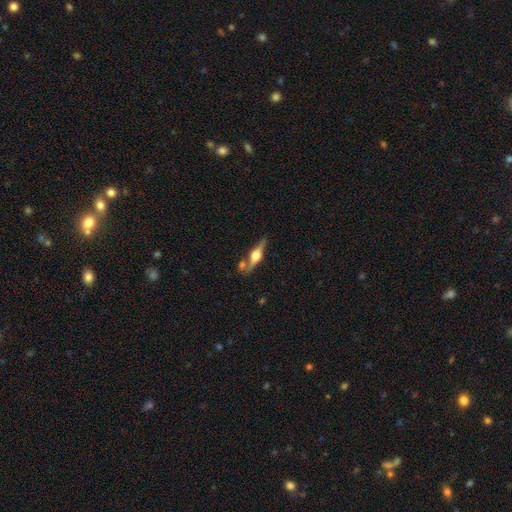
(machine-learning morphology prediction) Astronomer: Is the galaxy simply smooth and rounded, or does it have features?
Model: featured or disk — 74%.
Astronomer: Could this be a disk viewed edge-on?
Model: yes — 96%.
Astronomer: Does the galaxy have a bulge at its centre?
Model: rounded — 95%.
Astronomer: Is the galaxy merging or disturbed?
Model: none — 71%.